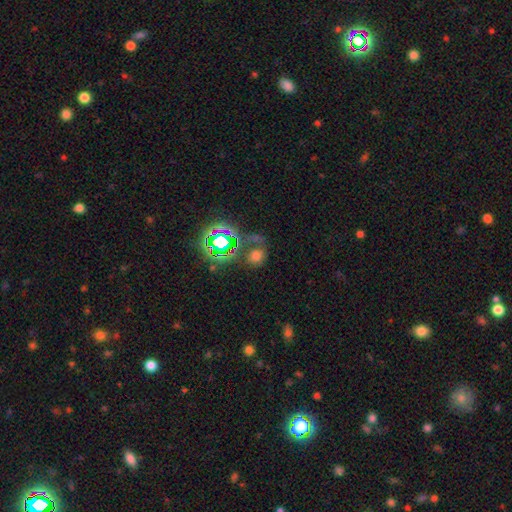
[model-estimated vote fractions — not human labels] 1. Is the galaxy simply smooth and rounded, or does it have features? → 48% smooth, 38% star or artifact, 14% featured or disk.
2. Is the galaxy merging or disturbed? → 55% none, 17% minor disturbance, 15% major disturbance, 13% merger.